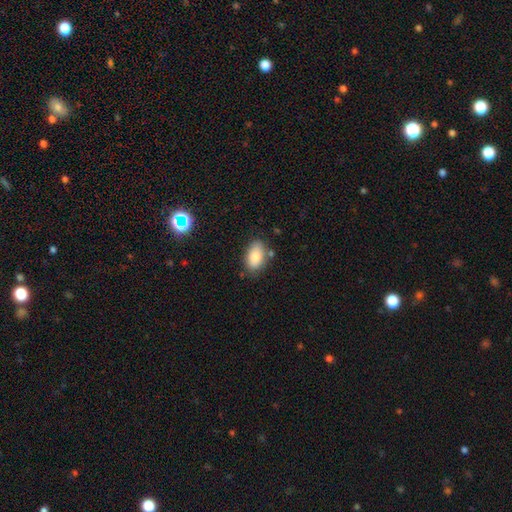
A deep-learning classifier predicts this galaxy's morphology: Smooth or featured?
  - smooth: 81% *
  - featured or disk: 11%
  - star or artifact: 8%
How rounded?
  - in between: 92% *
  - round: 6%
  - cigar-shaped: 2%
Merging?
  - none: 76% *
  - minor disturbance: 16%
  - merger: 5%
  - major disturbance: 3%